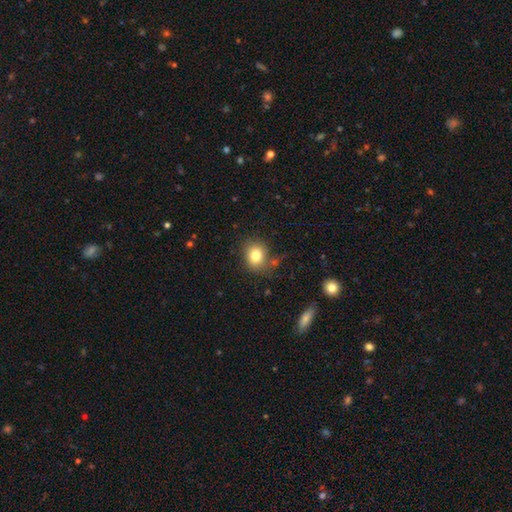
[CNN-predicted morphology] type=smooth (81%); roundness=round (65%); merging=none (75%).